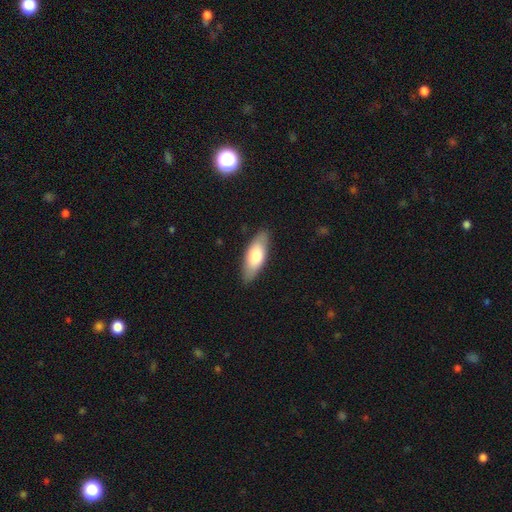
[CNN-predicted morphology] smooth_or_featured: smooth (p=0.74) [alt: featured or disk p=0.21]
how_rounded: in between (p=0.73) [alt: cigar-shaped p=0.25]
merging: none (p=0.86) [alt: minor disturbance p=0.11]